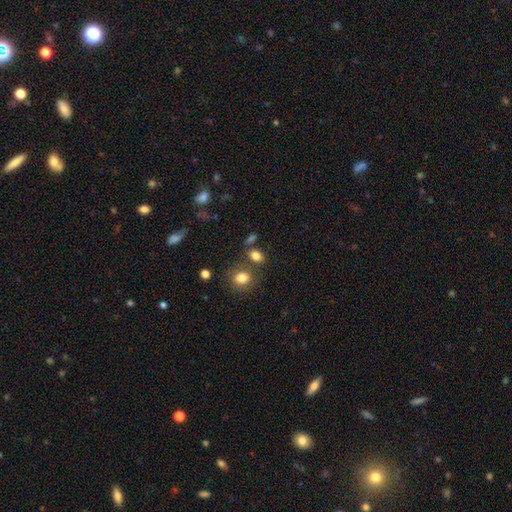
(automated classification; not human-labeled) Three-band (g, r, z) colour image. It shows a smooth galaxy with no disk features (82%) that is in between round and cigar-shaped (67%). Merging: none (65%).